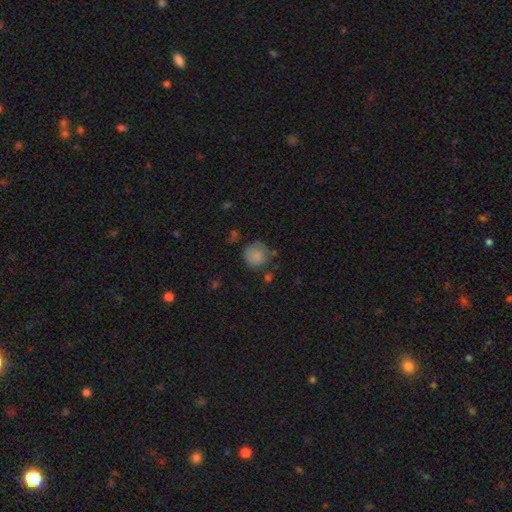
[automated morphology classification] Smooth or featured? Predicted: smooth (p=0.81). How rounded? Predicted: round (p=0.90). Merging? Predicted: none (p=0.64).